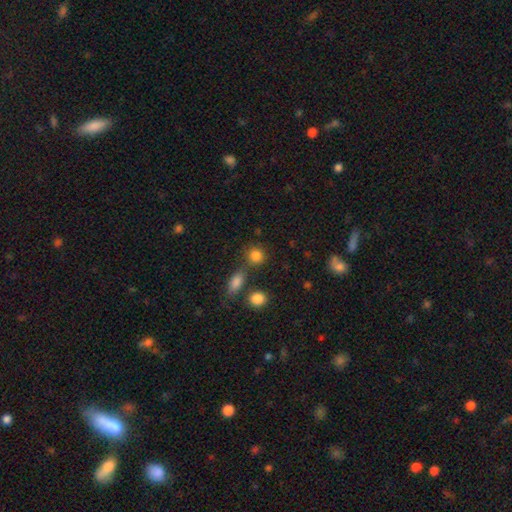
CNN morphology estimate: smooth-or-featured: smooth: 83% | star or artifact: 11% | featured or disk: 6%
  how-rounded: round: 81% | in between: 17% | cigar-shaped: 2%
  merging: none: 67% | merger: 17% | minor disturbance: 11% | major disturbance: 5%